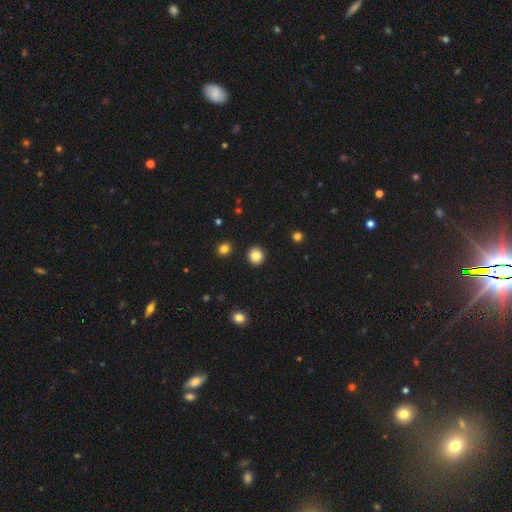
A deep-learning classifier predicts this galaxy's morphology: Overall: smooth (84%). How rounded: round (91%). Merging: none (93%).